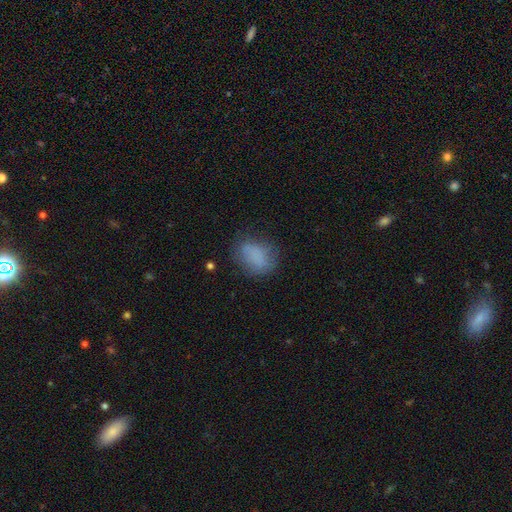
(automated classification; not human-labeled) Q: Smooth or featured?
A: smooth (76%); runner-up: featured or disk (13%)
Q: How rounded?
A: in between (73%); runner-up: round (25%)
Q: Merging?
A: none (61%); runner-up: minor disturbance (25%)